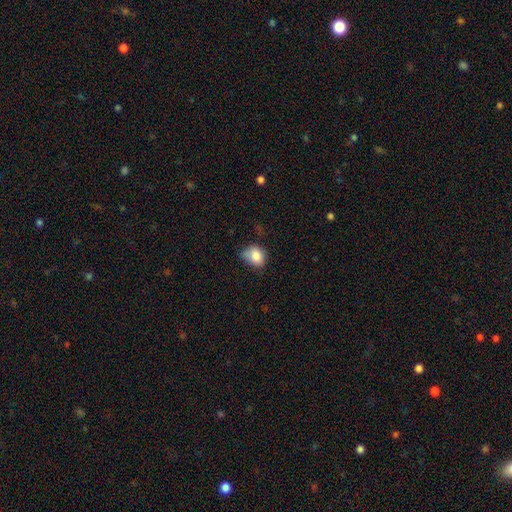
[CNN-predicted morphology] A smooth galaxy with no disk features (82%) that is in between round and cigar-shaped (55%).

Vote fractions:
- Smooth or featured? smooth: 82% / star or artifact: 9% / featured or disk: 9%
- How rounded? in between: 55% / round: 44% / cigar-shaped: 1%
- Merging? none: 46% / minor disturbance: 38% / major disturbance: 11% / merger: 4%